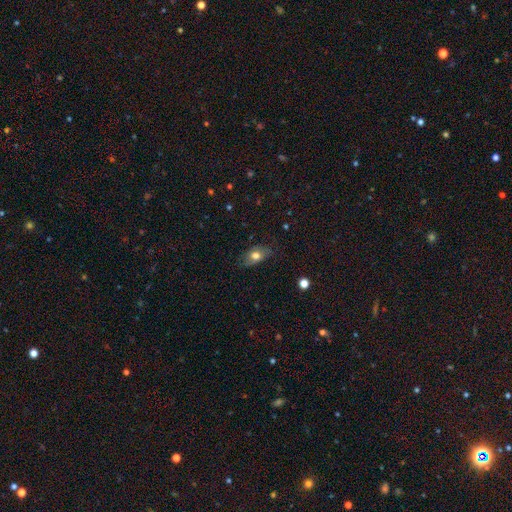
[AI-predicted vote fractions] This appears to be a smooth galaxy with no disk features (70%) that is in between round and cigar-shaped (83%). Merging: none (71%).